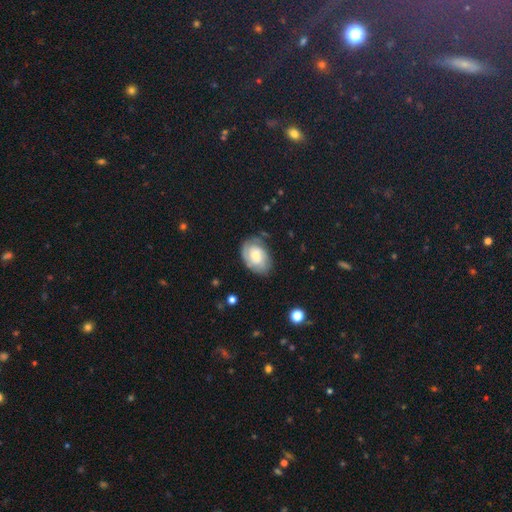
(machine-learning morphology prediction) A featured or disk galaxy (57%) with no bar (67%), spiral arms (84%) and a moderate central bulge (43%).

Vote fractions:
- Smooth or featured? featured or disk: 57% / smooth: 36% / star or artifact: 7%
- Edge-on disk? no: 96% / yes: 4%
- Bar? no: 67% / weak: 29% / strong: 5%
- Spiral arms? yes: 84% / no: 16%
- Bulge size? moderate: 43% / small: 33% / large: 16% / none: 6% / dominant: 2%
- Merging? none: 68% / minor disturbance: 23% / major disturbance: 8% / merger: 2%